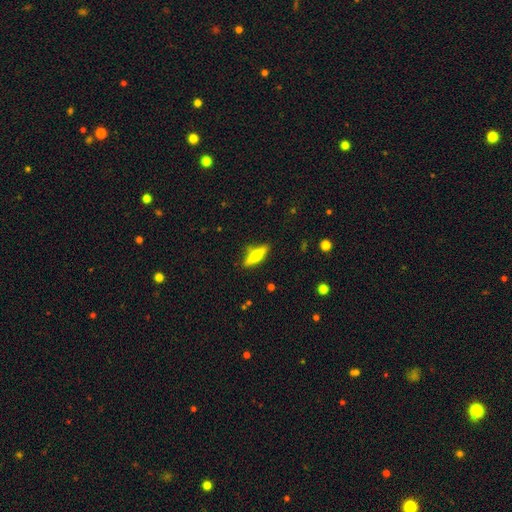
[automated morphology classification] This is possibly a featured or disk galaxy (50%). Merging: clearly none (85%).